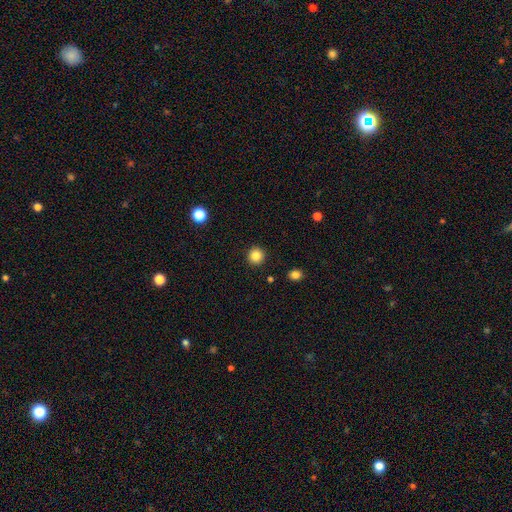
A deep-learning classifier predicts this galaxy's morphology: smooth-or-featured: smooth: 85% | star or artifact: 11% | featured or disk: 4%
  how-rounded: round: 95% | in between: 4% | cigar-shaped: 1%
  merging: none: 92% | minor disturbance: 5% | major disturbance: 2% | merger: 1%